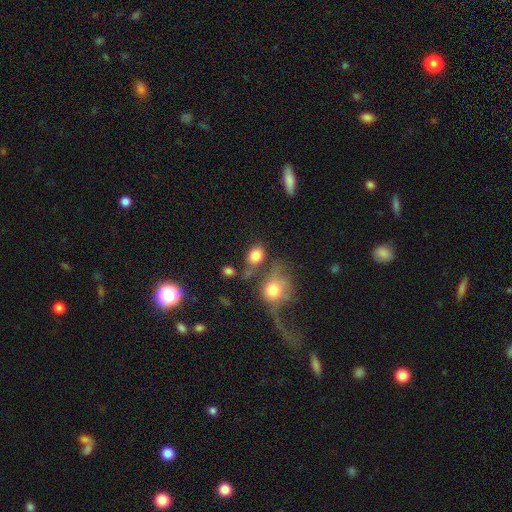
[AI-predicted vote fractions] This appears to be a smooth galaxy with no disk features (80%) that is in between round and cigar-shaped (58%). Merging: none (48%).